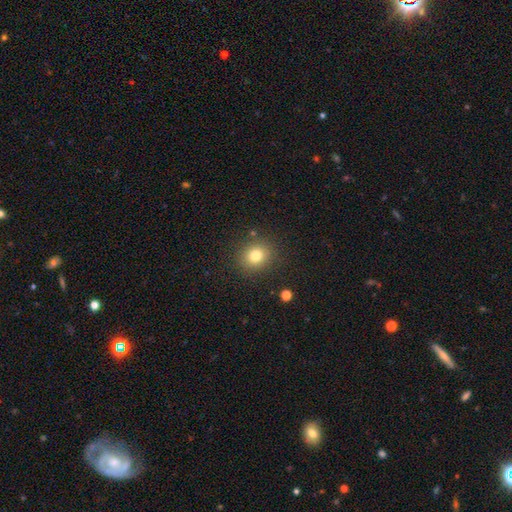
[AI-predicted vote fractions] A smooth galaxy with no disk features (79%) that is round (72%).

Vote fractions:
- Smooth or featured? smooth: 79% / star or artifact: 13% / featured or disk: 8%
- How rounded? round: 72% / in between: 27% / cigar-shaped: 1%
- Merging? none: 86% / minor disturbance: 9% / major disturbance: 3% / merger: 2%